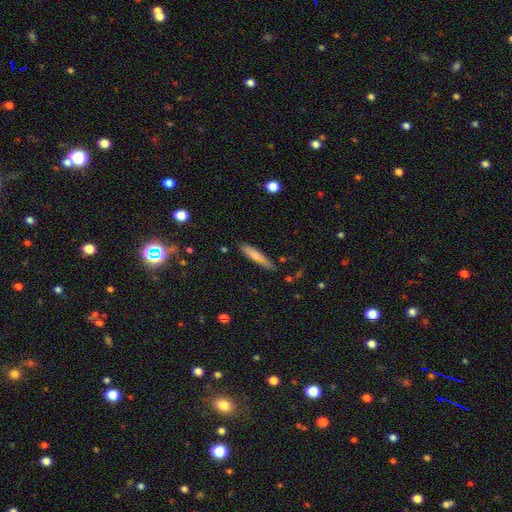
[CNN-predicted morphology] A smooth galaxy with no disk features (70%) that is cigar-shaped (83%). Merging: none (80%).